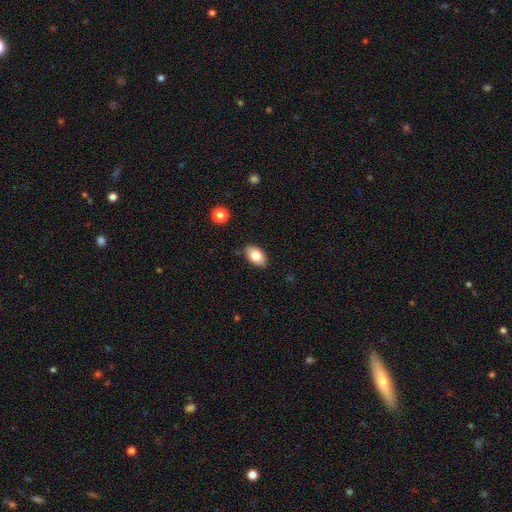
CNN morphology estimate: A smooth galaxy with no disk features (82%) that is in between round and cigar-shaped (91%). Merging: none (84%).